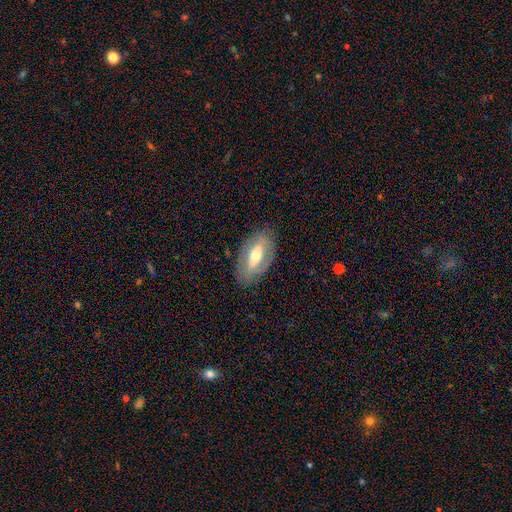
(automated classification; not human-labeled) Smooth or featured?
  - featured or disk: 58% *
  - smooth: 35%
  - star or artifact: 6%
Edge-on disk?
  - no: 82% *
  - yes: 18%
Merging?
  - none: 81% *
  - minor disturbance: 13%
  - major disturbance: 5%
  - merger: 1%